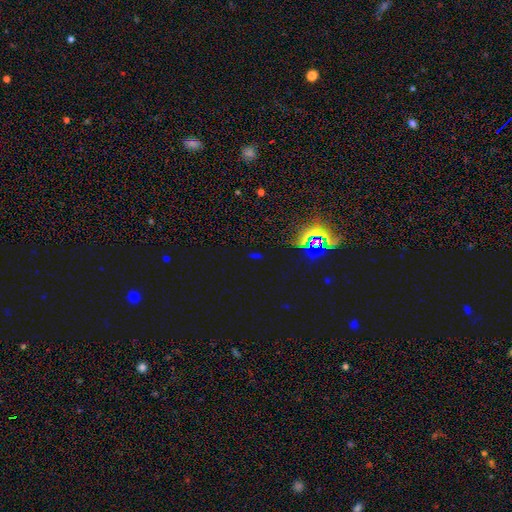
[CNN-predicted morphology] The model was most divided on "smooth or featured": star or artifact: 72%, smooth: 19%, featured or disk: 8%.